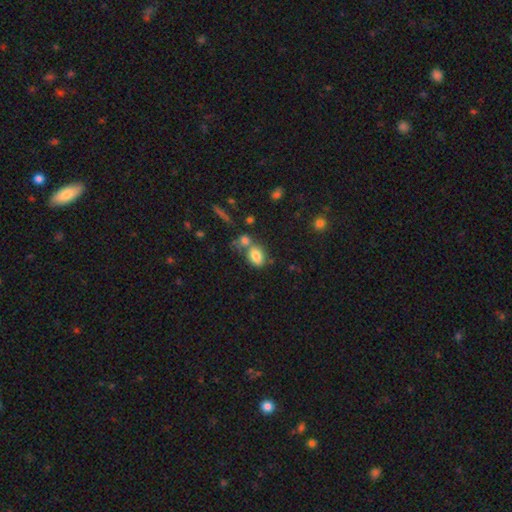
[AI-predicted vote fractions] Smooth or featured?
  - smooth: 80% *
  - star or artifact: 10%
  - featured or disk: 10%
How rounded?
  - in between: 76% *
  - round: 22%
  - cigar-shaped: 2%
Merging?
  - none: 47% *
  - merger: 34%
  - minor disturbance: 13%
  - major disturbance: 6%